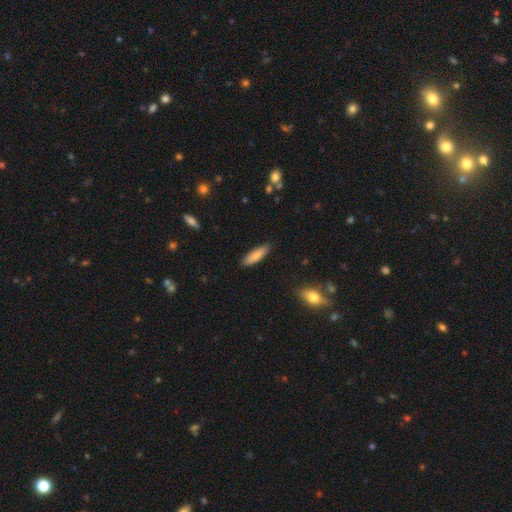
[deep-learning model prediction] Morphology: type=smooth (79%); roundness=cigar-shaped (60%); merging=none (88%).